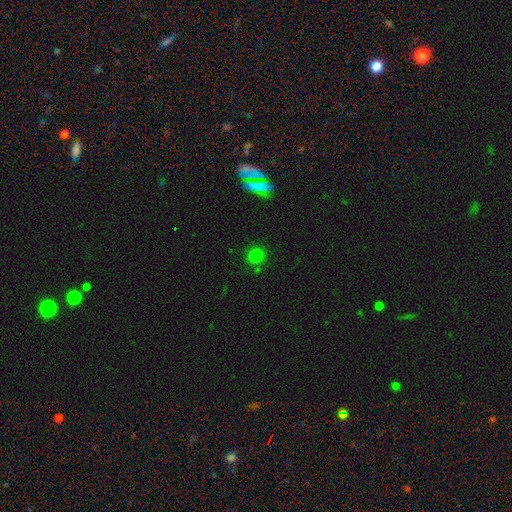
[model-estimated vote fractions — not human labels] The model was most divided on "smooth or featured": smooth: 75%, star or artifact: 19%, featured or disk: 5%. More confident: how rounded — round (90%); merging — none (85%).